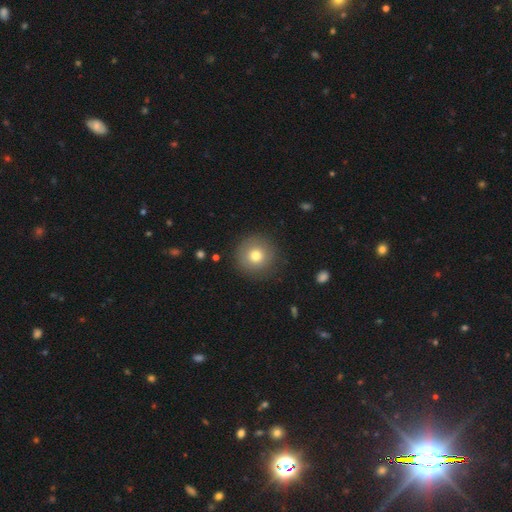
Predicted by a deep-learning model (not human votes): smooth 75%, featured or disk 14%, star or artifact 11%. Down the decision tree: how rounded — round (95%); merging — none (88%).